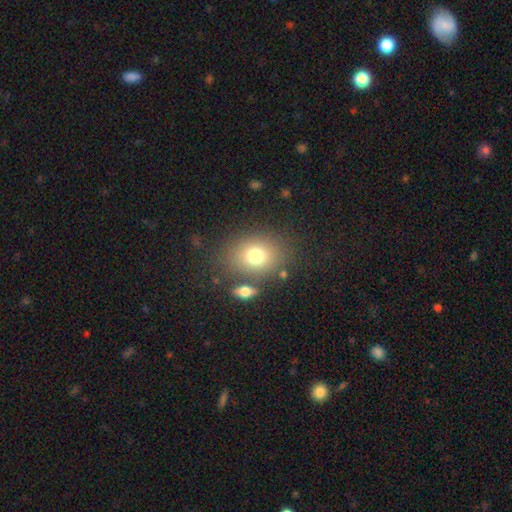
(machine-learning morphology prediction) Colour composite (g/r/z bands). It shows a smooth galaxy with no disk features (75%) that is in between round and cigar-shaped (50%). Merging: none (74%).